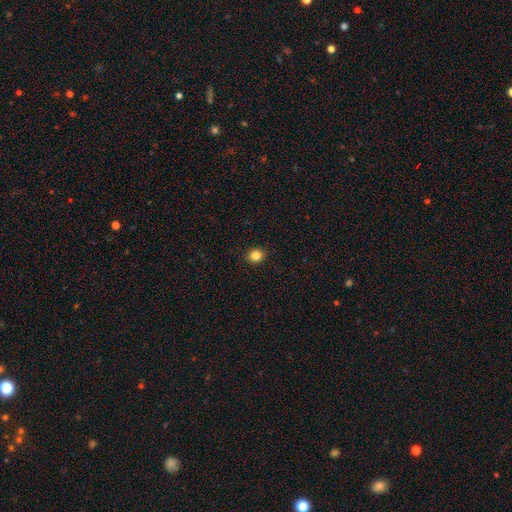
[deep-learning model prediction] Smooth or featured? Predicted: smooth (p=0.84). How rounded? Predicted: round (p=0.81). Merging? Predicted: none (p=0.92).